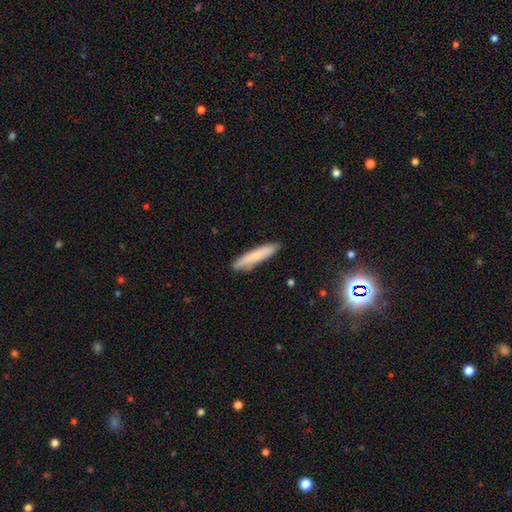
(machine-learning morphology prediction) This appears to be a smooth galaxy with no disk features (75%) that is cigar-shaped (91%). Merging: none (87%).